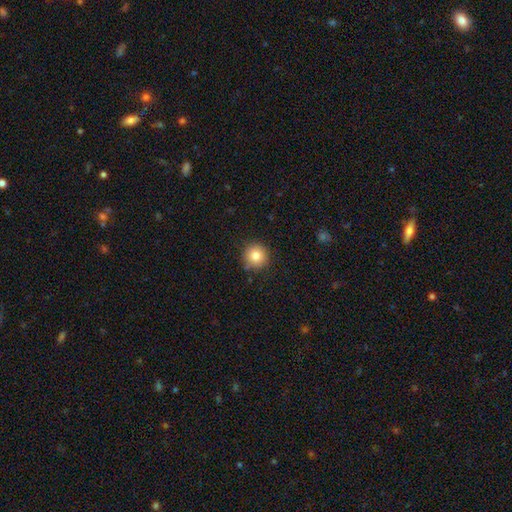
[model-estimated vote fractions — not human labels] Overall: smooth (82%). How rounded: round (95%). Merging: none (88%).